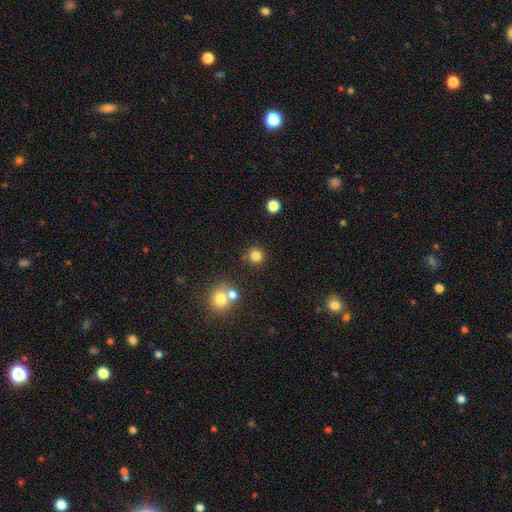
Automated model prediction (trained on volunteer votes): Smooth or featured? smooth (81%)
How rounded? round (93%)
Merging? none (82%)